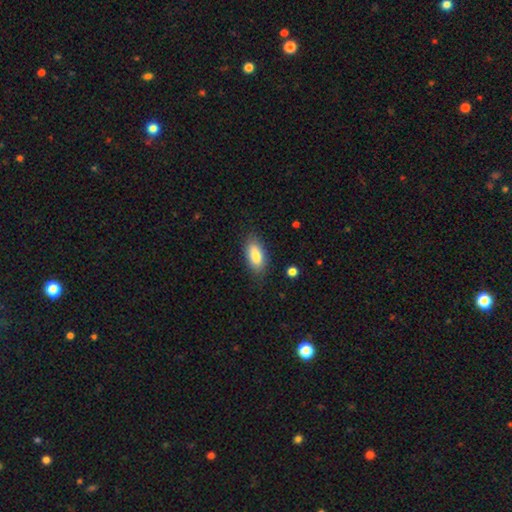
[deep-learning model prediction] A smooth galaxy with no disk features (84%) that is in between round and cigar-shaped (86%).

Vote fractions:
- Smooth or featured? smooth: 84% / featured or disk: 9% / star or artifact: 7%
- How rounded? in between: 86% / cigar-shaped: 11% / round: 3%
- Merging? none: 80% / minor disturbance: 15% / major disturbance: 4% / merger: 1%